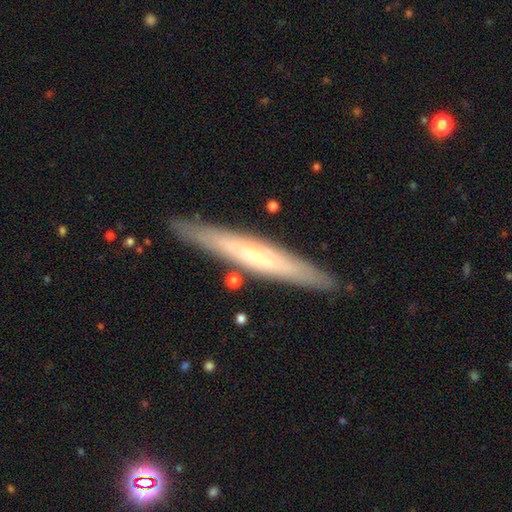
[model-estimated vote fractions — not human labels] Morphology: type=featured or disk (53%); edge-on=yes (89%); merging=none (88%).